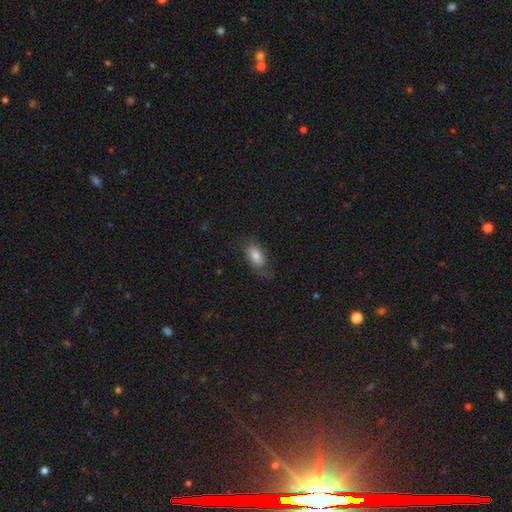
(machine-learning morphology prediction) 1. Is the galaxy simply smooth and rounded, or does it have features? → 62% smooth, 29% featured or disk, 8% star or artifact.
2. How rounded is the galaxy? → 89% in between, 6% round, 5% cigar-shaped.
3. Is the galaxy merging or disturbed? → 61% none, 23% minor disturbance, 14% major disturbance, 1% merger.